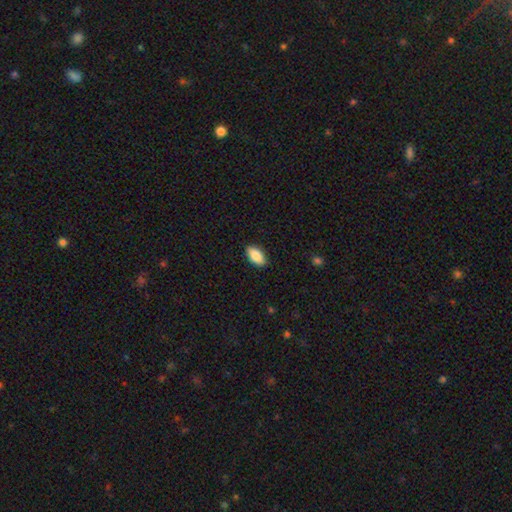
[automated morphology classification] This is clearly a smooth galaxy (87%). How rounded: clearly in between (93%). Merging: clearly none (89%).